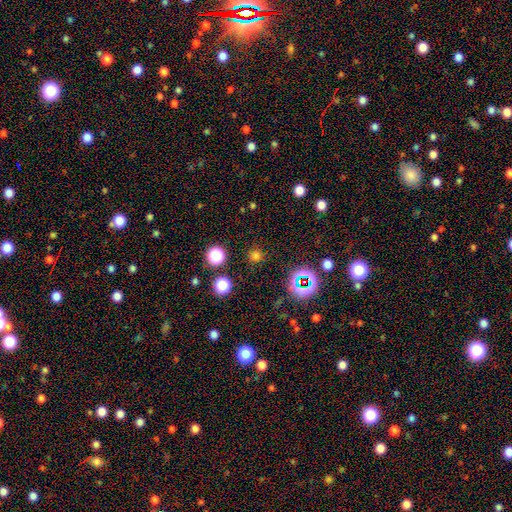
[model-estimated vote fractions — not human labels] A smooth galaxy with no disk features (66%) that is round (94%). Merging: none (88%).